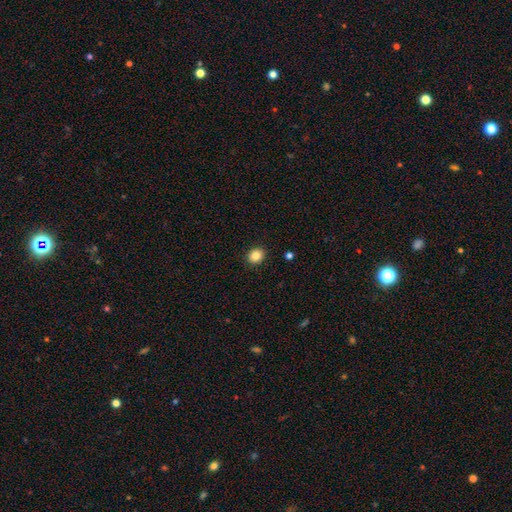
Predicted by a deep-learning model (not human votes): Smooth or featured? Predicted: smooth (p=0.85). How rounded? Predicted: round (p=0.70). Merging? Predicted: none (p=0.91).